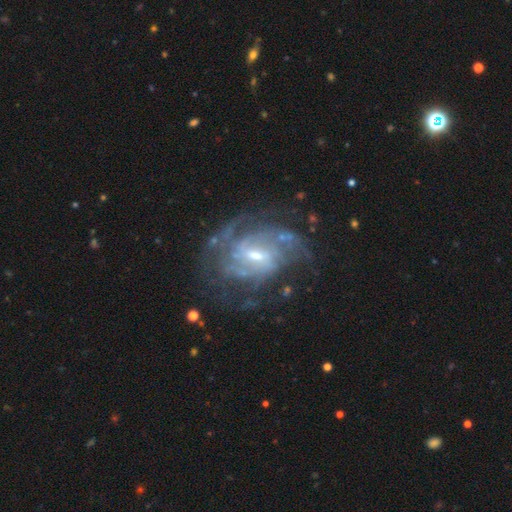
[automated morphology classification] smooth_or_featured: featured or disk (p=0.87) [alt: smooth p=0.07]
disk_edge_on: no (p=0.97) [alt: yes p=0.03]
bar: weak (p=0.58) [alt: no p=0.24]
has_spiral_arms: yes (p=0.93) [alt: no p=0.07]
spiral_winding: tight (p=0.48) [alt: medium p=0.39]
spiral_arm_count: can't tell (p=0.36) [alt: 2 p=0.20]
bulge_size: small (p=0.50) [alt: moderate p=0.44]
merging: none (p=0.62) [alt: minor disturbance p=0.19]